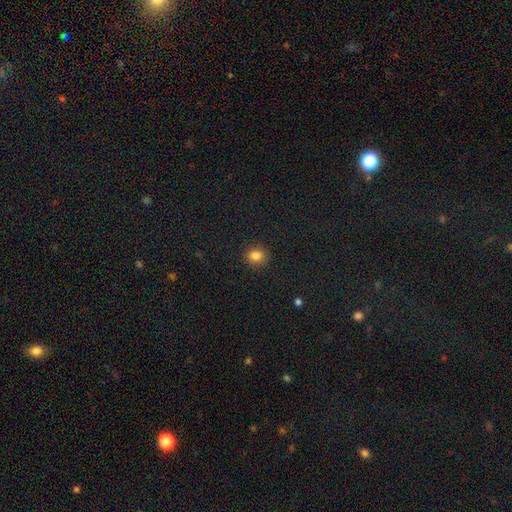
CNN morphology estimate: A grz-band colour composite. It shows a smooth galaxy with no disk features (83%) that is round (73%). Merging: none (89%).